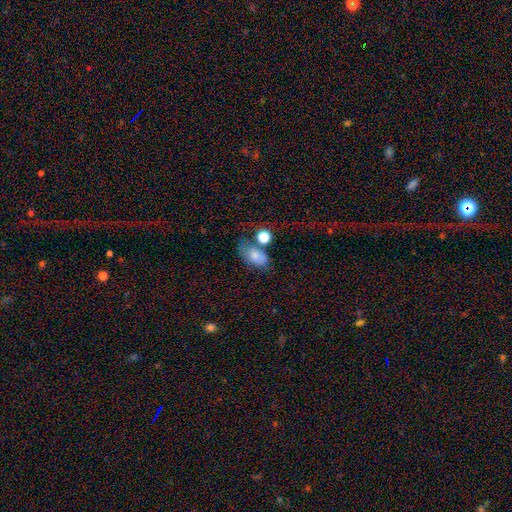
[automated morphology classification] Smooth or featured? Predicted: smooth (p=0.74). How rounded? Predicted: in between (p=0.86). Merging? Predicted: none (p=0.38).